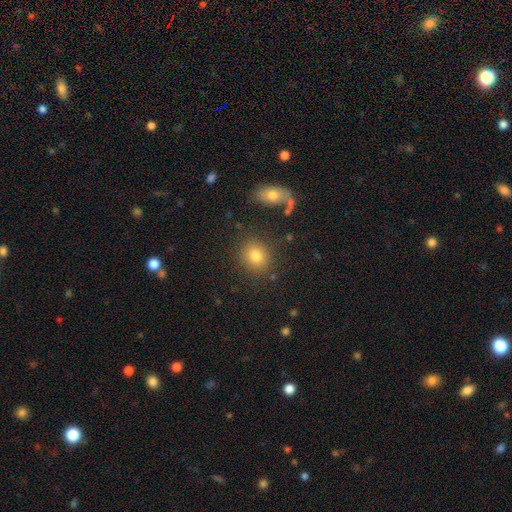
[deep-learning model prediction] Smooth or featured? smooth (80%)
How rounded? round (75%)
Merging? none (83%)